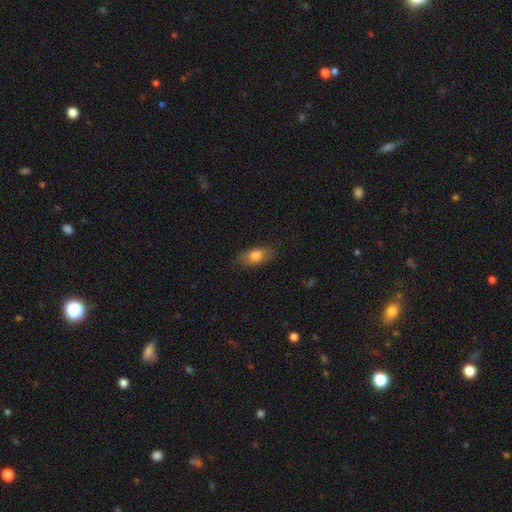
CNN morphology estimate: Smooth or featured? Predicted: smooth (p=0.78). How rounded? Predicted: in between (p=0.84). Merging? Predicted: none (p=0.79).